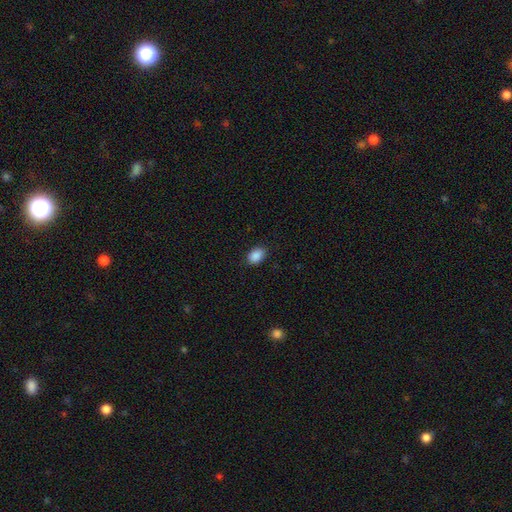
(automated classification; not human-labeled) Smooth or featured: smooth — 89% (star or artifact — 8%)
How rounded: in between — 83% (round — 16%)
Merging: none — 87% (minor disturbance — 9%)